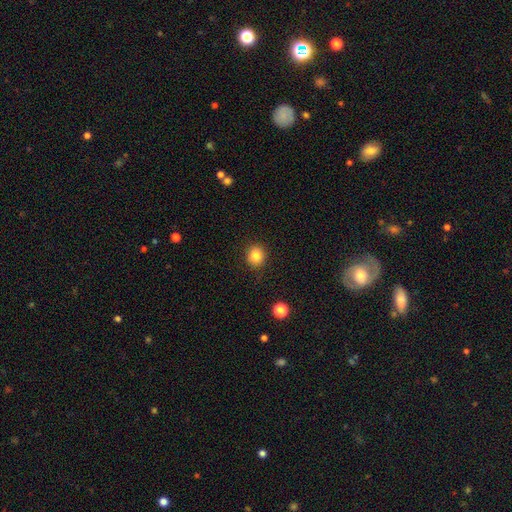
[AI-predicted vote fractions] Smooth or featured? Predicted: smooth (p=0.84). How rounded? Predicted: round (p=0.82). Merging? Predicted: none (p=0.89).